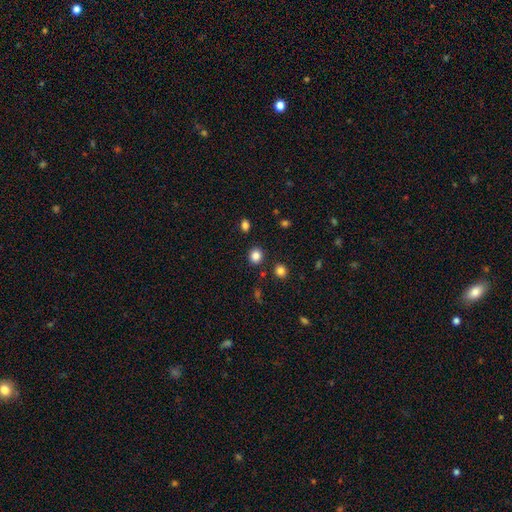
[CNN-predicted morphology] This is clearly a smooth galaxy (84%). How rounded: likely round (76%). Merging: clearly none (87%).